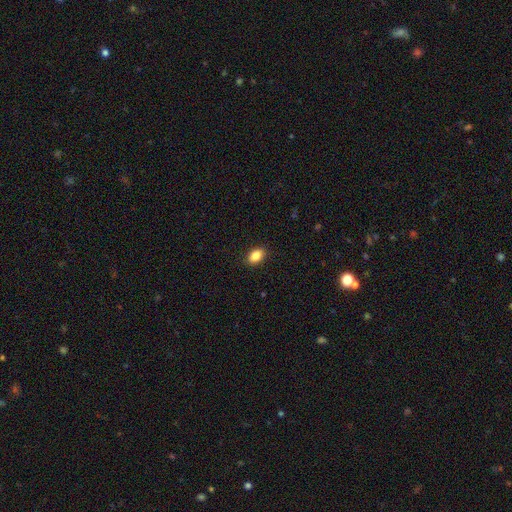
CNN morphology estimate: Smooth or featured? smooth (86%)
How rounded? in between (87%)
Merging? none (89%)